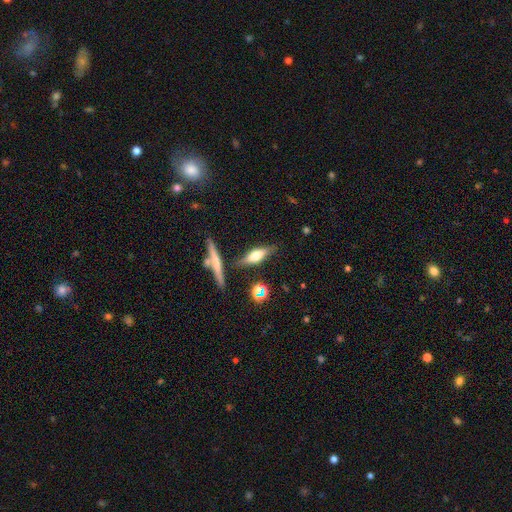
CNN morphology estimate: Overall: featured or disk (46%; smooth 45%). Merging: none (72%).